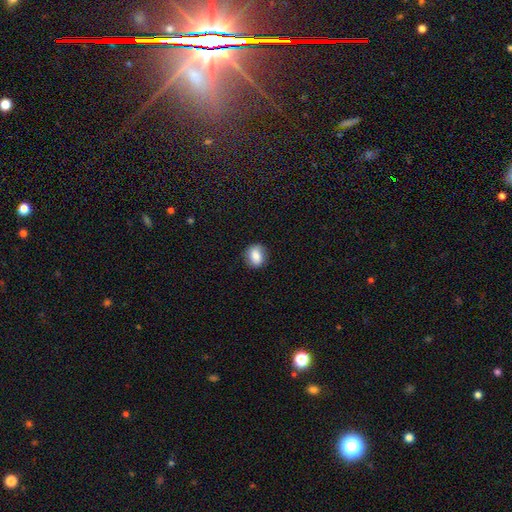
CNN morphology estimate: Smooth or featured? Predicted: smooth (p=0.79). How rounded? Predicted: round (p=0.59). Merging? Predicted: none (p=0.85).